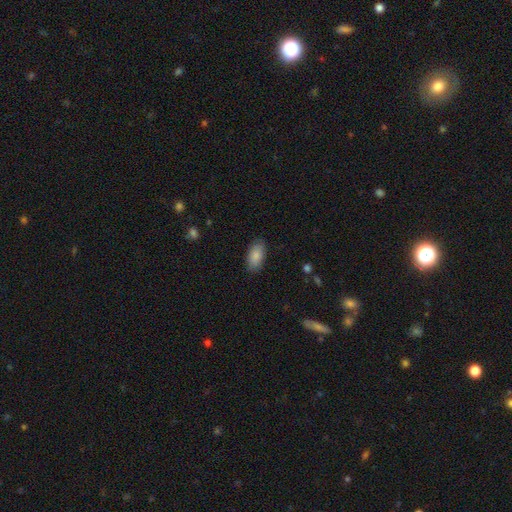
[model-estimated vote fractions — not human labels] smooth_or_featured: smooth (p=0.87) [alt: featured or disk p=0.07]
how_rounded: in between (p=0.93) [alt: cigar-shaped p=0.05]
merging: none (p=0.85) [alt: minor disturbance p=0.11]